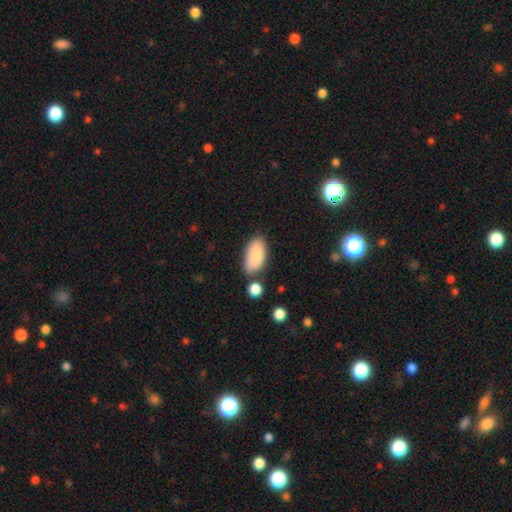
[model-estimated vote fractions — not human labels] smooth-or-featured: smooth: 86% | featured or disk: 7% | star or artifact: 6%
  how-rounded: in between: 92% | cigar-shaped: 5% | round: 2%
  merging: none: 66% | minor disturbance: 18% | merger: 11% | major disturbance: 5%